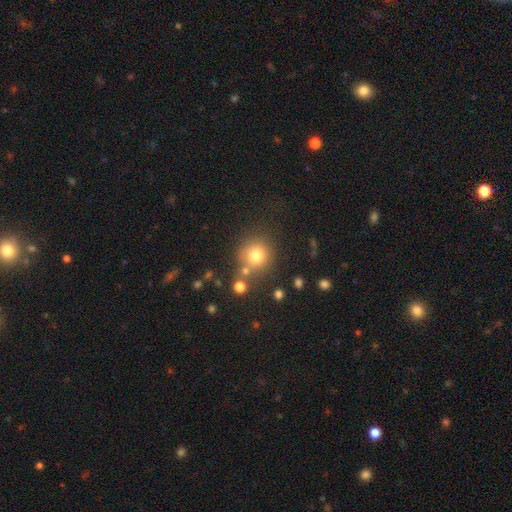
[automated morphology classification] Overall: smooth (77%). How rounded: round (87%). Merging: none (70%).